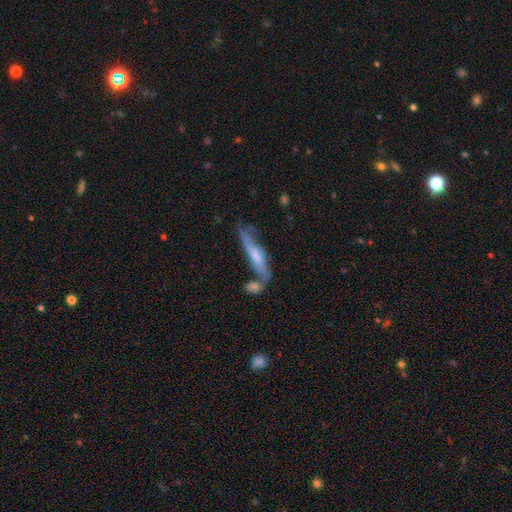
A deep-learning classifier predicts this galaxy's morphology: smooth-or-featured: featured or disk: 50% | smooth: 43% | star or artifact: 7%
  disk-edge-on: yes: 69% | no: 31%
  merging: none: 42% | merger: 25% | minor disturbance: 21% | major disturbance: 11%